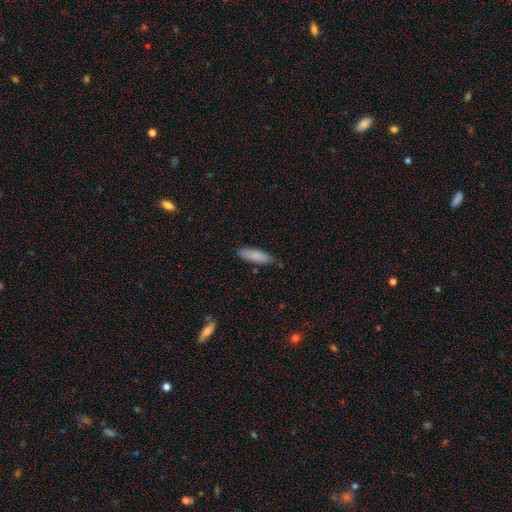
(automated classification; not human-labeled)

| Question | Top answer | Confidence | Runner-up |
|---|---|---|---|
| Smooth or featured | smooth | 85% | featured or disk (9%) |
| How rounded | cigar-shaped | 55% | in between (43%) |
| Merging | none | 75% | minor disturbance (20%) |